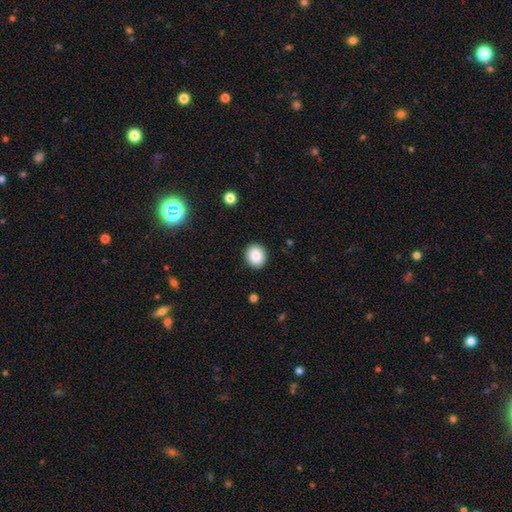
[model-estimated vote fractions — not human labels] Smooth or featured?
  - smooth: 87% *
  - star or artifact: 9%
  - featured or disk: 4%
How rounded?
  - round: 77% *
  - in between: 22%
  - cigar-shaped: 1%
Merging?
  - none: 90% *
  - minor disturbance: 7%
  - major disturbance: 2%
  - merger: 1%